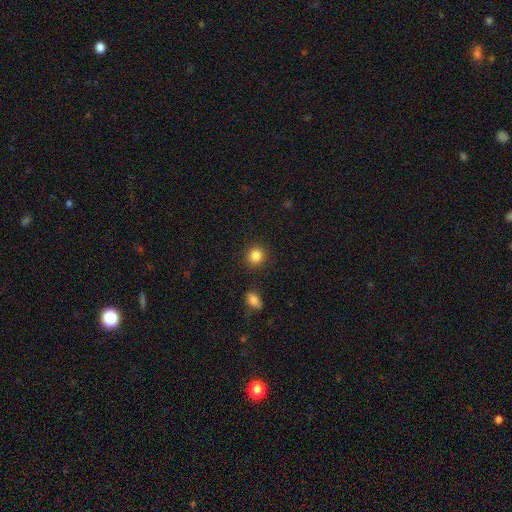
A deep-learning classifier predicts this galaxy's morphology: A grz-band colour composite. It shows a smooth galaxy with no disk features (85%) that is round (88%). Merging: none (89%).